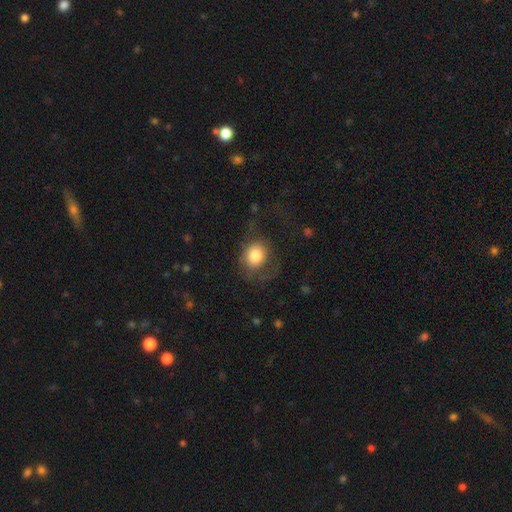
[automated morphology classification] This appears to be a smooth galaxy with no disk features (75%) that is round (67%). Merging: none (47%).